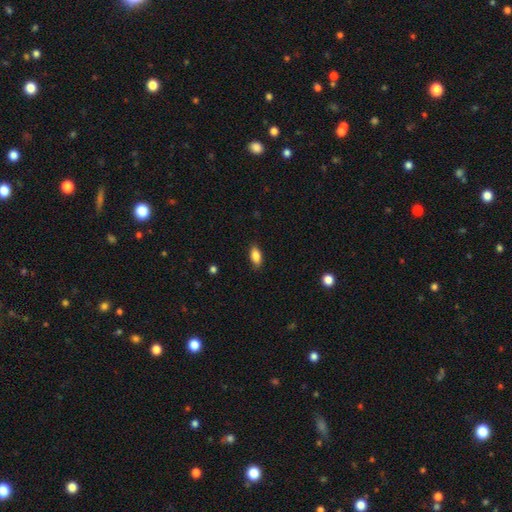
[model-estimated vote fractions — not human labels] A smooth galaxy with no disk features (85%) that is in between round and cigar-shaped (88%).

Vote fractions:
- Smooth or featured? smooth: 85% / star or artifact: 7% / featured or disk: 7%
- How rounded? in between: 88% / cigar-shaped: 8% / round: 4%
- Merging? none: 85% / minor disturbance: 12% / major disturbance: 2% / merger: 1%